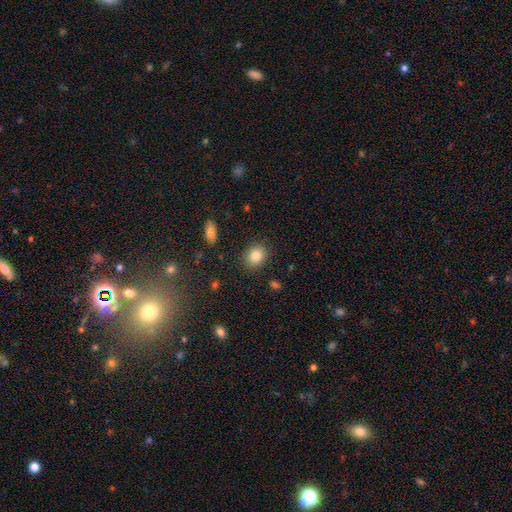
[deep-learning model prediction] Overall: smooth (84%). How rounded: round (59%; in between 40%). Merging: none (88%).